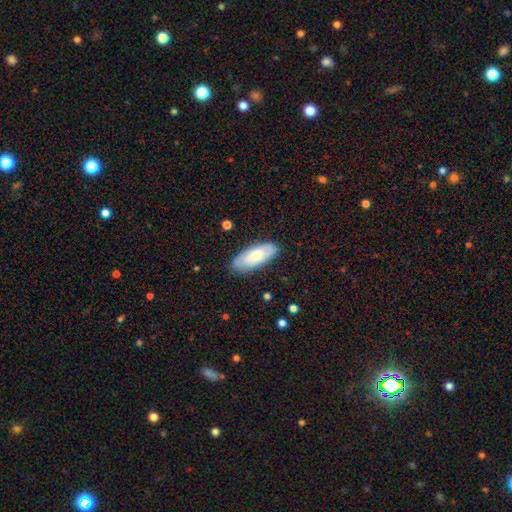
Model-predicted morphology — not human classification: This appears to be a smooth galaxy with no disk features (62%) that is in between round and cigar-shaped (81%). Merging: none (83%).